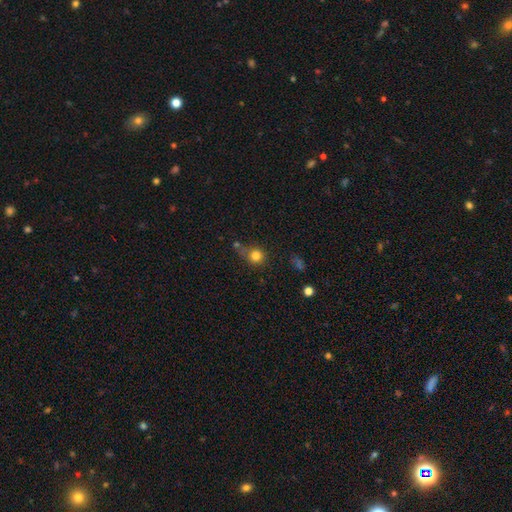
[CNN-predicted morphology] Smooth or featured?
  - smooth: 80% *
  - star or artifact: 13%
  - featured or disk: 7%
How rounded?
  - round: 89% *
  - in between: 10%
  - cigar-shaped: 1%
Merging?
  - none: 58% *
  - minor disturbance: 18%
  - merger: 17%
  - major disturbance: 8%